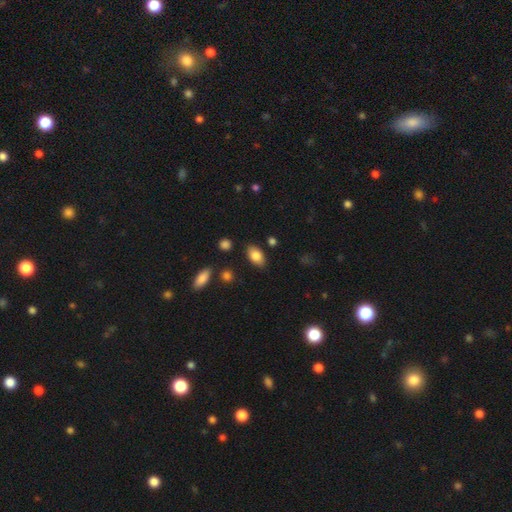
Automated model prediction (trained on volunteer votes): Smooth or featured: smooth — 84% (featured or disk — 8%)
How rounded: in between — 91% (round — 6%)
Merging: none — 83% (minor disturbance — 11%)